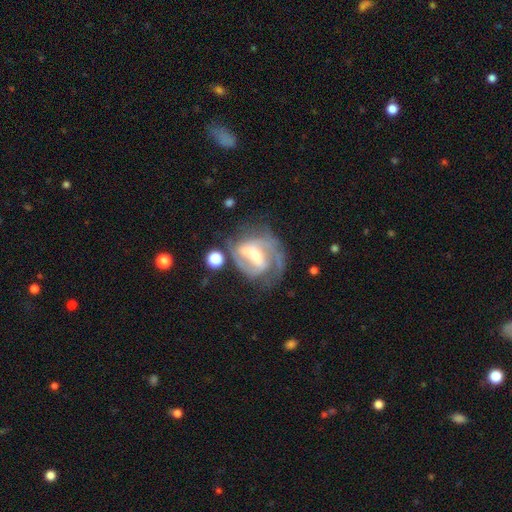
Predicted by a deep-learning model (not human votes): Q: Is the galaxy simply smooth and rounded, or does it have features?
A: featured or disk — 86%.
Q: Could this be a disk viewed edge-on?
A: no — 97%.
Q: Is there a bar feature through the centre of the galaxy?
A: strong — 47%.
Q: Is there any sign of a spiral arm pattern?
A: yes — 95%.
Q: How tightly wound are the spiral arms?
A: medium — 49%.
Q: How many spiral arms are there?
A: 2 — 68%.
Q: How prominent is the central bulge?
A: small — 48%.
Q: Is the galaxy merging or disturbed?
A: none — 59%.